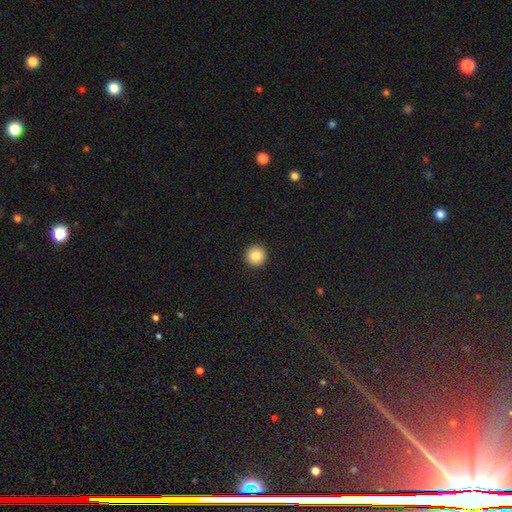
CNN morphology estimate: A smooth galaxy with no disk features (86%) that is round (96%).

Vote fractions:
- Smooth or featured? smooth: 86% / star or artifact: 9% / featured or disk: 5%
- How rounded? round: 96% / in between: 3% / cigar-shaped: 1%
- Merging? none: 94% / minor disturbance: 4% / major disturbance: 1% / merger: 1%